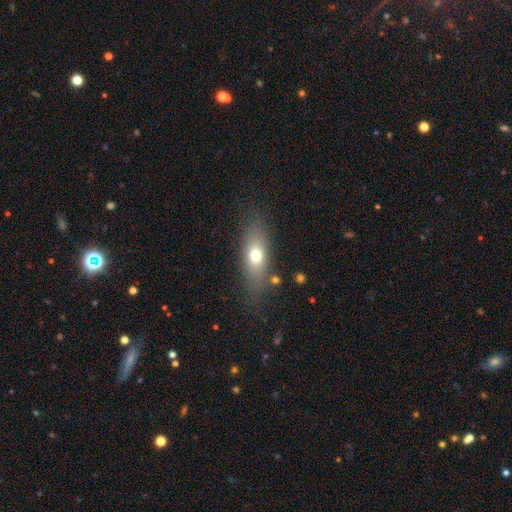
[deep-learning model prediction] This is likely a smooth galaxy (67%). How rounded: likely in between (70%). Merging: likely none (78%).